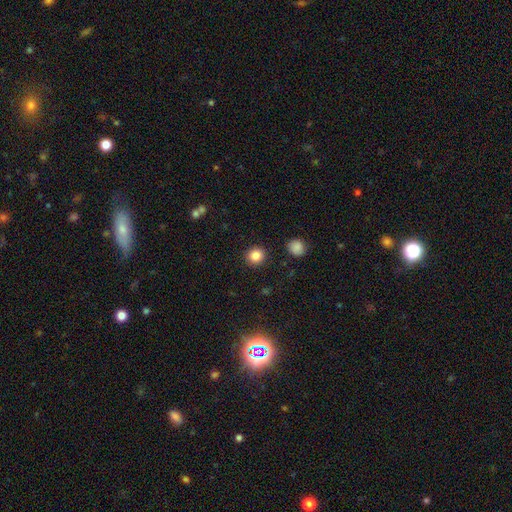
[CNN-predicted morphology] Smooth or featured? smooth (85%)
How rounded? round (89%)
Merging? none (91%)